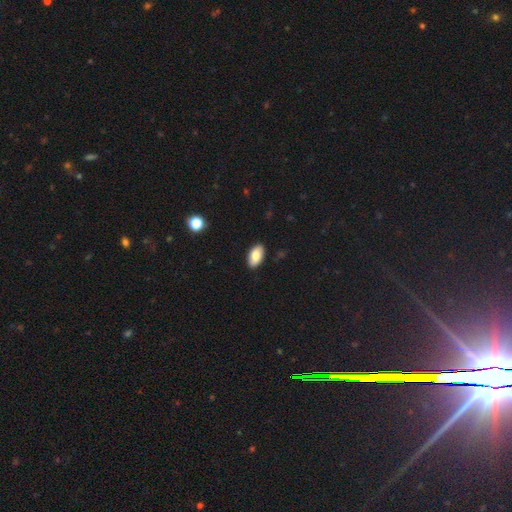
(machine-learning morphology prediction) Smooth or featured: smooth — 82% (featured or disk — 11%)
How rounded: in between — 94% (round — 3%)
Merging: none — 88% (minor disturbance — 9%)